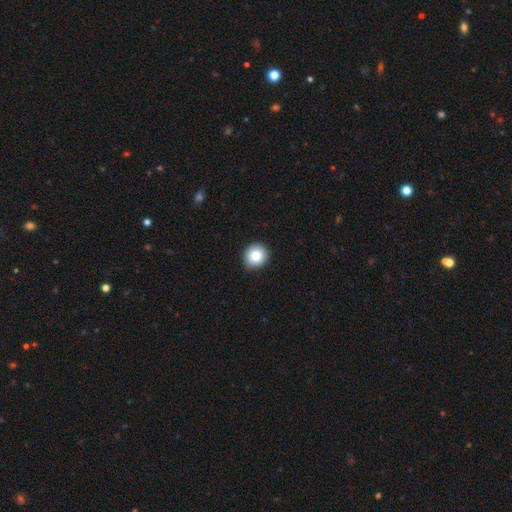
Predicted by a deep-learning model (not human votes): Smooth or featured? smooth (83%)
How rounded? round (87%)
Merging? none (88%)